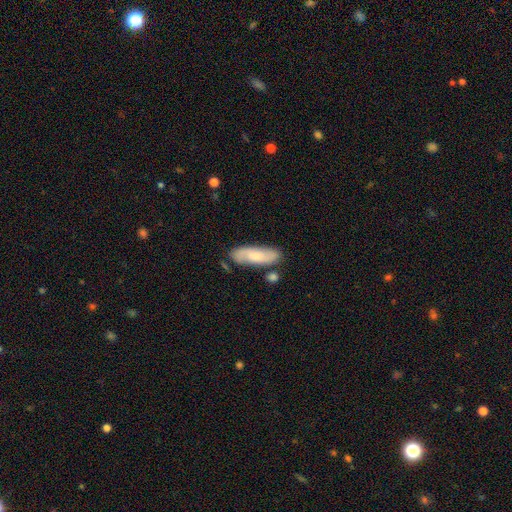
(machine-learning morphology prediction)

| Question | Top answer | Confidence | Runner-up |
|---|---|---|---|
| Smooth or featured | smooth | 61% | featured or disk (33%) |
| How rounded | in between | 56% | cigar-shaped (42%) |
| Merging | none | 73% | minor disturbance (17%) |